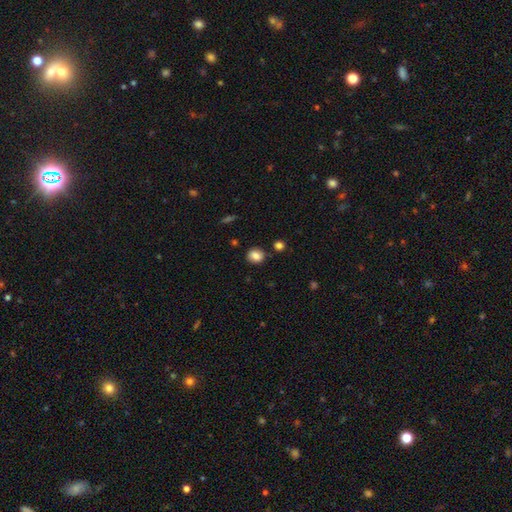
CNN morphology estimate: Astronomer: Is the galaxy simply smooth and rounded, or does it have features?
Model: smooth — 82%.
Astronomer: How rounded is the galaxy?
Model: round — 63%.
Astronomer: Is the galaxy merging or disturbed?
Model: none — 81%.